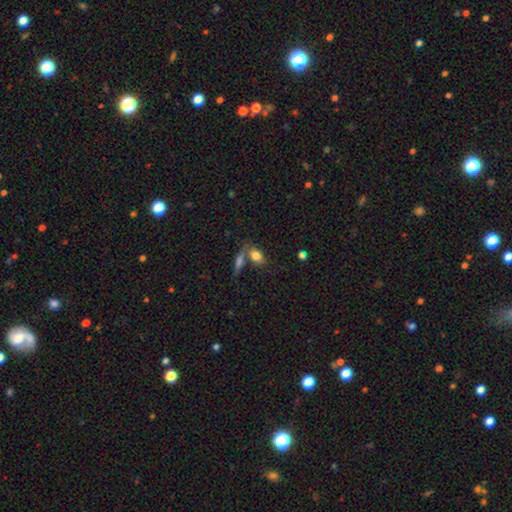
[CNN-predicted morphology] A smooth galaxy with no disk features (81%) that is in between round and cigar-shaped (83%).

Vote fractions:
- Smooth or featured? smooth: 81% / featured or disk: 10% / star or artifact: 8%
- How rounded? in between: 83% / round: 12% / cigar-shaped: 5%
- Merging? none: 51% / merger: 33% / minor disturbance: 11% / major disturbance: 4%